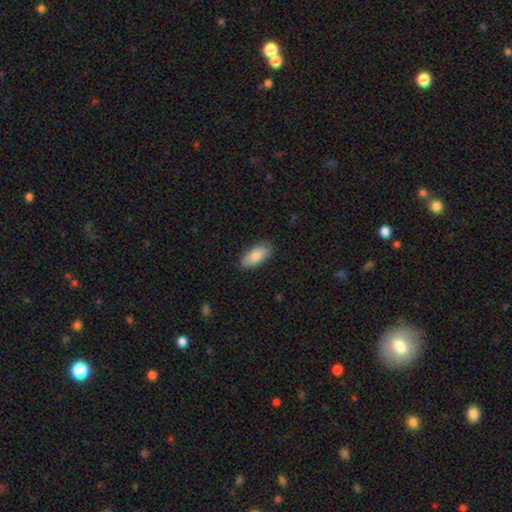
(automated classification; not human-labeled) Q: Smooth or featured?
A: smooth (83%); runner-up: featured or disk (11%)
Q: How rounded?
A: in between (88%); runner-up: cigar-shaped (9%)
Q: Merging?
A: none (87%); runner-up: minor disturbance (10%)